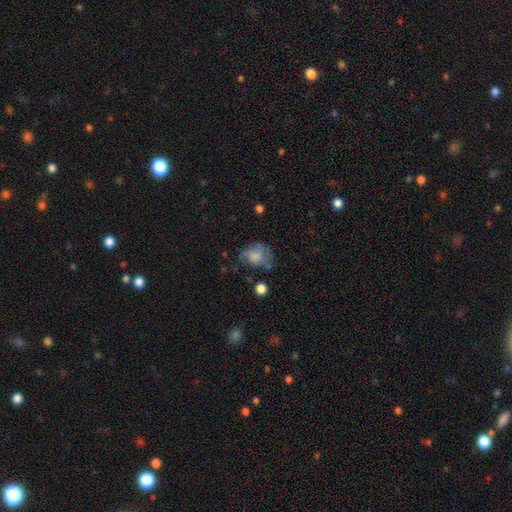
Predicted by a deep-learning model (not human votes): Smooth or featured? Predicted: smooth (p=0.57). How rounded? Predicted: round (p=0.53). Merging? Predicted: none (p=0.42).